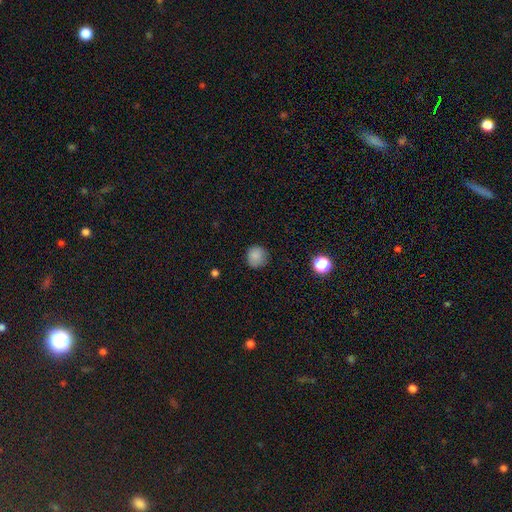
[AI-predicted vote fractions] This appears to be a smooth galaxy with no disk features (84%) that is round (91%). Merging: none (84%).